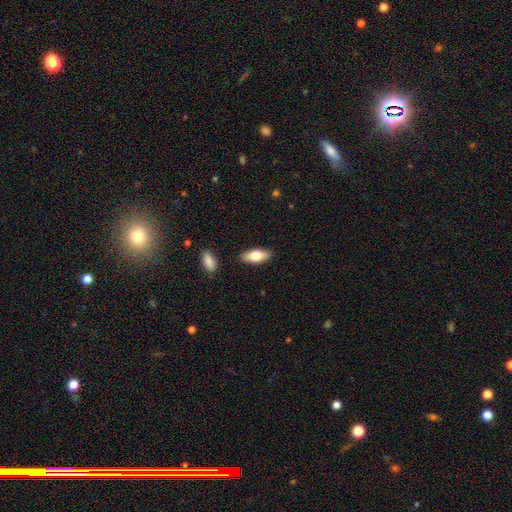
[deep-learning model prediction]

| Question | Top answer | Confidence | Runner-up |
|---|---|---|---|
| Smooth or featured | smooth | 73% | featured or disk (20%) |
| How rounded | in between | 83% | cigar-shaped (14%) |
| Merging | none | 88% | minor disturbance (9%) |